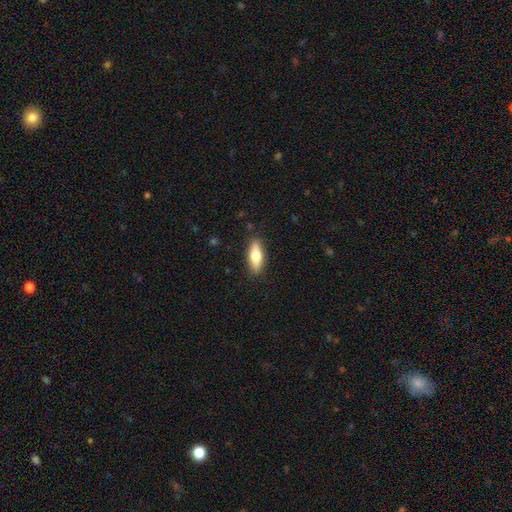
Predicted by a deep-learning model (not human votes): smooth_or_featured: smooth (p=0.66) [alt: featured or disk p=0.28]
how_rounded: in between (p=0.61) [alt: cigar-shaped p=0.36]
merging: none (p=0.88) [alt: minor disturbance p=0.09]